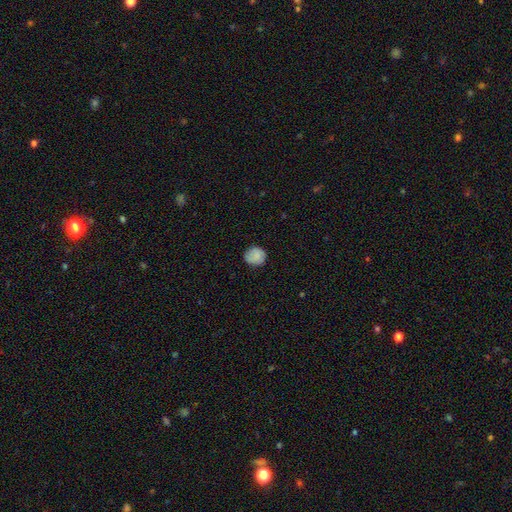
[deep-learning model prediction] smooth 82%, featured or disk 10%, star or artifact 8%. Down the decision tree: how rounded — round (85%); merging — none (81%).